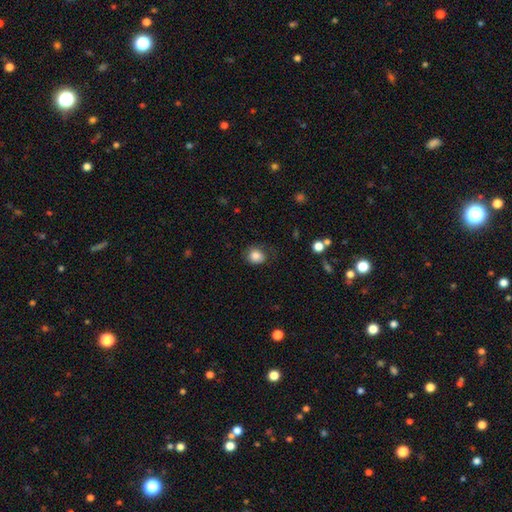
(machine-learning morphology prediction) Smooth or featured? Predicted: smooth (p=0.82). How rounded? Predicted: round (p=0.66). Merging? Predicted: none (p=0.62).